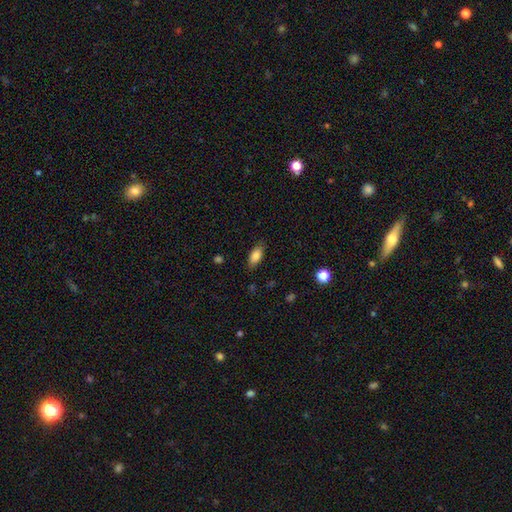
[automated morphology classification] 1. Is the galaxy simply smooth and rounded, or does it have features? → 85% smooth, 8% star or artifact, 8% featured or disk.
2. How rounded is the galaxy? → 86% in between, 11% cigar-shaped, 3% round.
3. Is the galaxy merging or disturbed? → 82% none, 13% minor disturbance, 3% major disturbance, 1% merger.